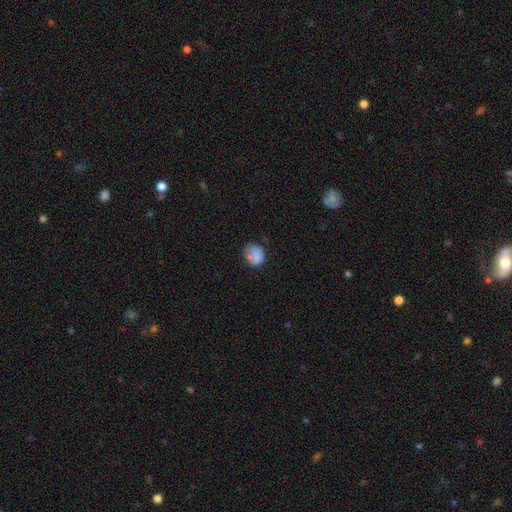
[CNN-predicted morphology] smooth-or-featured: smooth: 76% | featured or disk: 15% | star or artifact: 9%
  how-rounded: round: 63% | in between: 36% | cigar-shaped: 1%
  merging: none: 54% | minor disturbance: 27% | major disturbance: 10% | merger: 9%